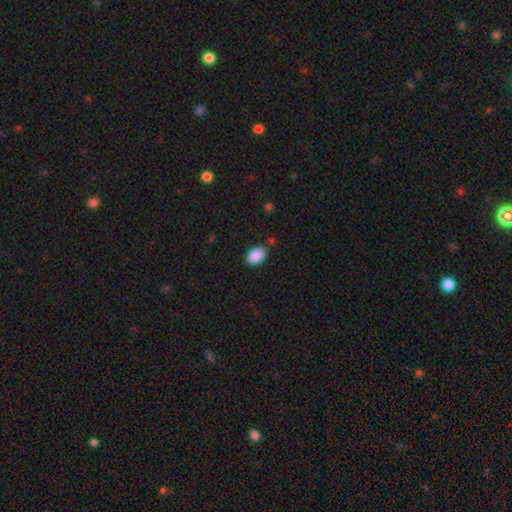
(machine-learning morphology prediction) Q: Smooth or featured?
A: smooth (90%); runner-up: star or artifact (7%)
Q: How rounded?
A: in between (89%); runner-up: round (10%)
Q: Merging?
A: none (83%); runner-up: minor disturbance (12%)